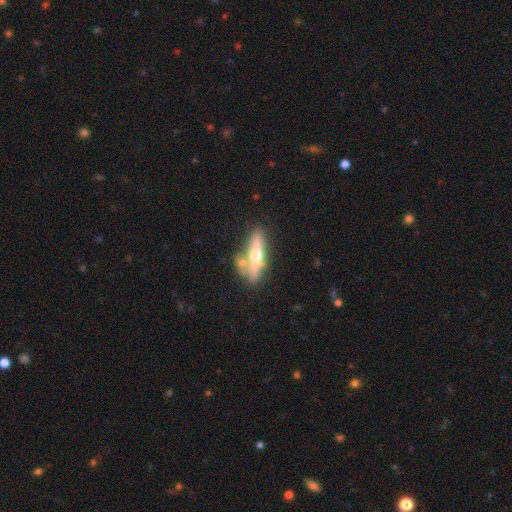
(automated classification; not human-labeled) A featured or disk galaxy (53%) viewed edge-on (84%).

Vote fractions:
- Smooth or featured? featured or disk: 53% / smooth: 40% / star or artifact: 6%
- Edge-on disk? yes: 84% / no: 16%
- Merging? none: 58% / merger: 21% / minor disturbance: 15% / major disturbance: 6%